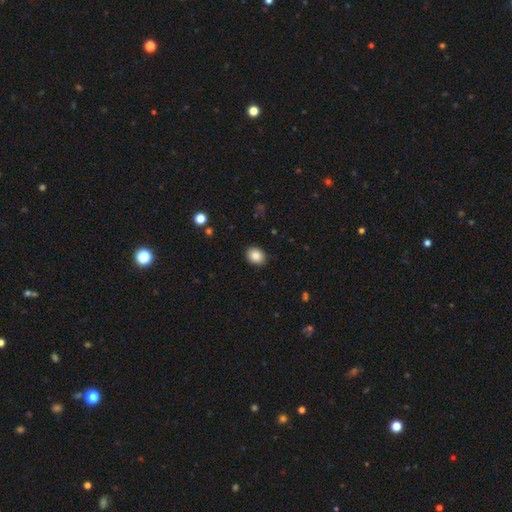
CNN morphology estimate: This appears to be a smooth galaxy with no disk features (87%) that is round (51%). Merging: none (89%).